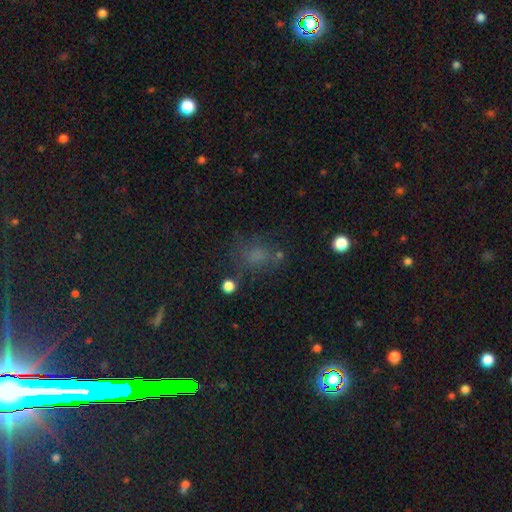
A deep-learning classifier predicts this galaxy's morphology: Overall: smooth (56%; star or artifact 30%). How rounded: in between (50%; round 48%). Merging: none (60%).